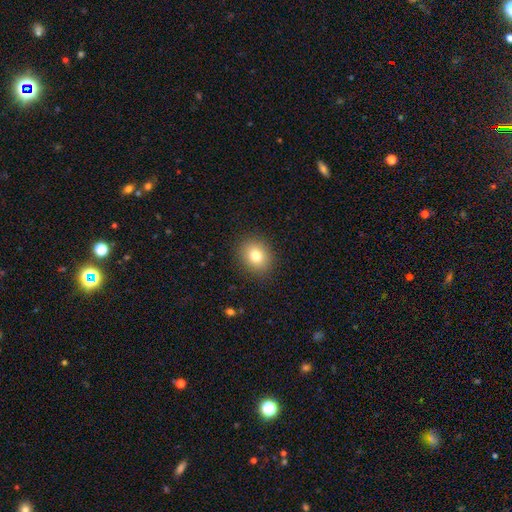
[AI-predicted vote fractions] smooth-or-featured: smooth: 79% | star or artifact: 11% | featured or disk: 9%
  how-rounded: round: 65% | in between: 34% | cigar-shaped: 1%
  merging: none: 89% | minor disturbance: 7% | major disturbance: 2% | merger: 1%